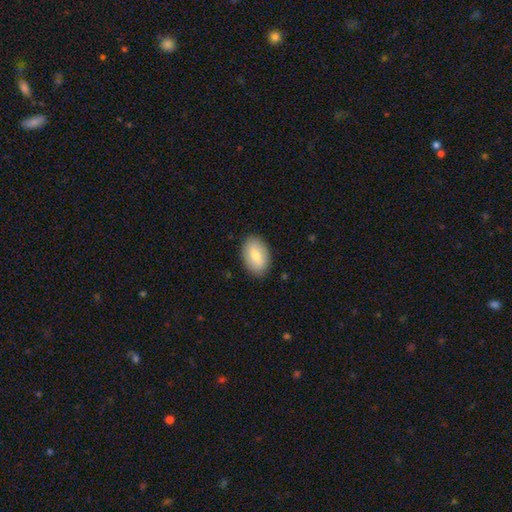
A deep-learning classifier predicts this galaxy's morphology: smooth 71%, featured or disk 22%, star or artifact 6%. Down the decision tree: how rounded — in between (88%); merging — none (88%).